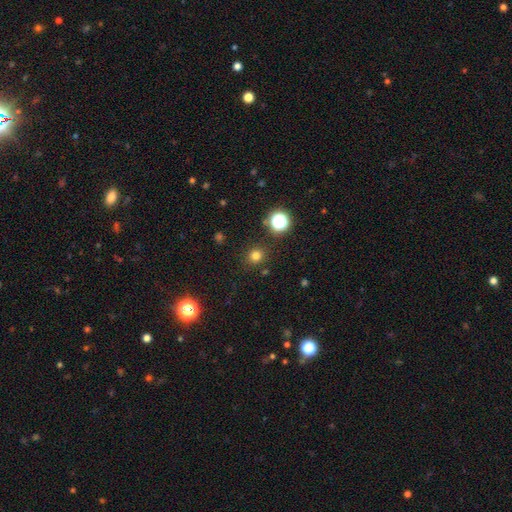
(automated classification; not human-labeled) A smooth galaxy with no disk features (76%) that is round (89%). Merging: none (89%).